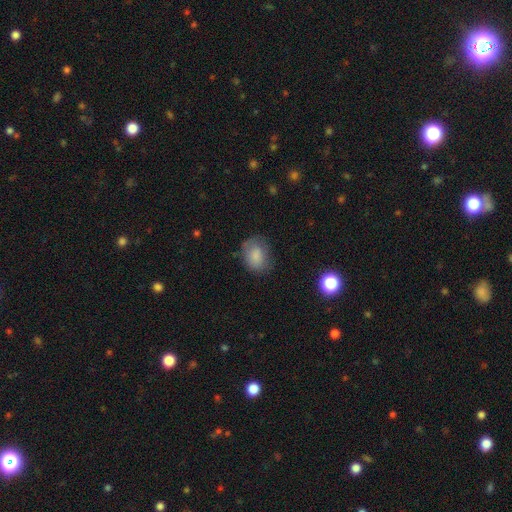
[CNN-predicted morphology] Overall: smooth (80%). How rounded: in between (57%; round 42%). Merging: none (63%; minor disturbance 25%).